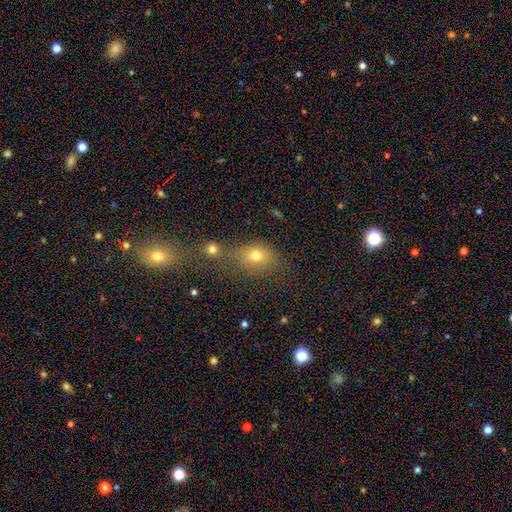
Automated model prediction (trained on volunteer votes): A smooth galaxy with no disk features (73%) that is round (53%).

Vote fractions:
- Smooth or featured? smooth: 73% / star or artifact: 16% / featured or disk: 11%
- How rounded? round: 53% / in between: 45% / cigar-shaped: 2%
- Merging? none: 48% / merger: 33% / minor disturbance: 12% / major disturbance: 7%